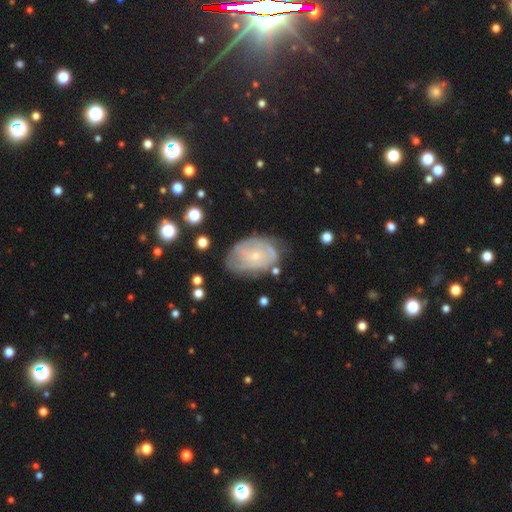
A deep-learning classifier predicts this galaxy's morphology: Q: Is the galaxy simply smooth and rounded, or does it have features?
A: featured or disk — 68%.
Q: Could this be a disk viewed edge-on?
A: no — 96%.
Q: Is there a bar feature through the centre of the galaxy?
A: no — 78%.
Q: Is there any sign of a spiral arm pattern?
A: yes — 76%.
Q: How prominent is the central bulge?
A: small — 78%.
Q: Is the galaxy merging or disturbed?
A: none — 65%.